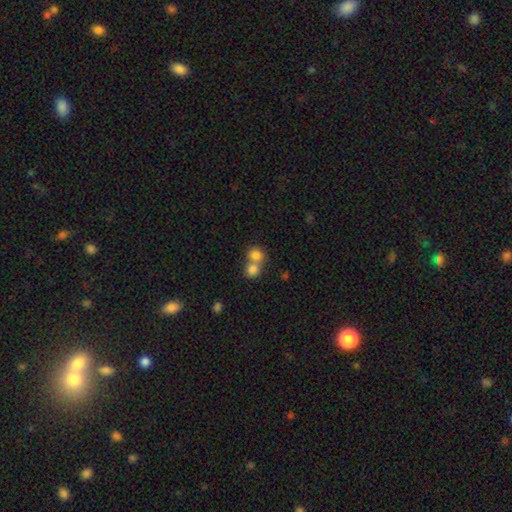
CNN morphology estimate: Smooth or featured? Predicted: smooth (p=0.80). How rounded? Predicted: round (p=0.78). Merging? Predicted: merger (p=0.58).